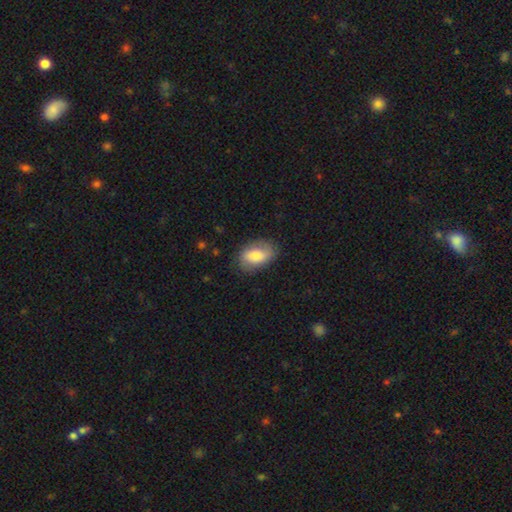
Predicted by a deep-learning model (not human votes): Morphology: type=smooth (71%); roundness=in between (89%); merging=none (77%).